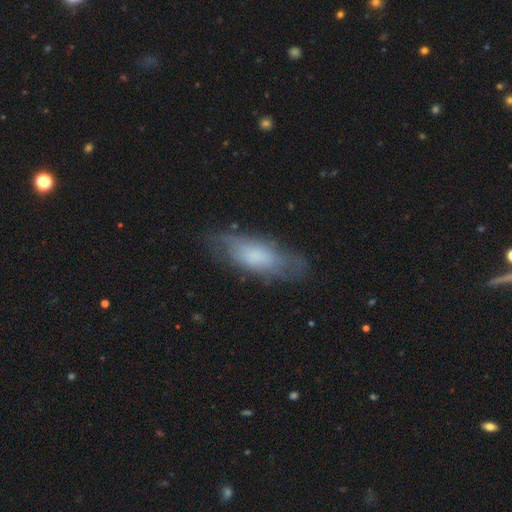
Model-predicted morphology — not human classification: A smooth galaxy with no disk features (55%) that is in between round and cigar-shaped (69%).

Vote fractions:
- Smooth or featured? smooth: 55% / featured or disk: 38% / star or artifact: 7%
- How rounded? in between: 69% / cigar-shaped: 29% / round: 2%
- Merging? none: 68% / minor disturbance: 22% / major disturbance: 8% / merger: 2%